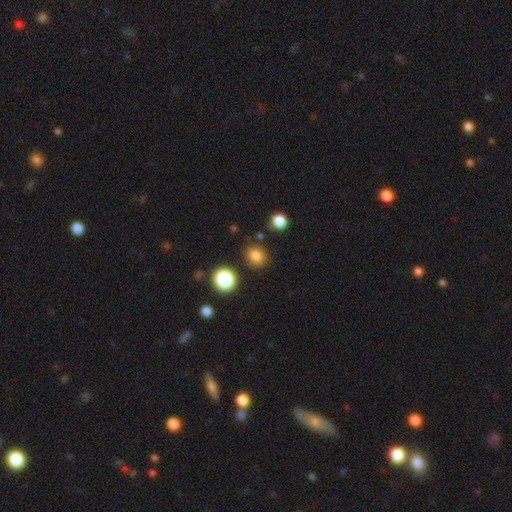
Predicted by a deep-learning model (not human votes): smooth-or-featured: smooth: 80% | star or artifact: 15% | featured or disk: 5%
  how-rounded: round: 66% | in between: 33% | cigar-shaped: 1%
  merging: none: 83% | minor disturbance: 10% | merger: 3% | major disturbance: 3%